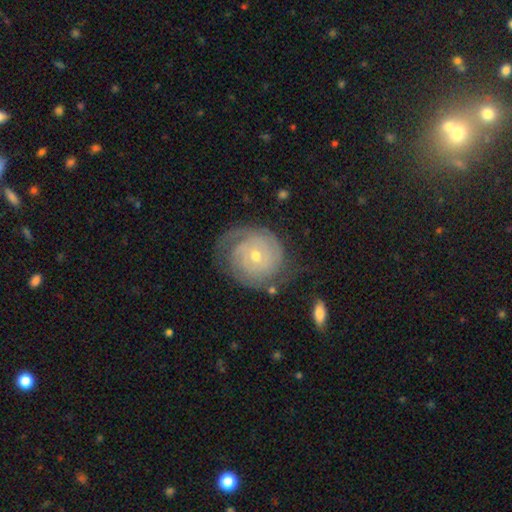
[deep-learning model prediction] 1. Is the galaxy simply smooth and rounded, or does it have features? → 84% featured or disk, 10% smooth, 6% star or artifact.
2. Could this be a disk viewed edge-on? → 98% no, 2% yes.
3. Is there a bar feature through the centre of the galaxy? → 76% no, 20% weak, 4% strong.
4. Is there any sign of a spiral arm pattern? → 95% yes, 5% no.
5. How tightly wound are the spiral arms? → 81% tight, 14% medium, 4% loose.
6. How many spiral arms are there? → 39% 2, 27% can't tell, 16% 3, 7% 1, 6% 4, 4% more than 4.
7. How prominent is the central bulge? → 55% small, 42% moderate, 1% large, 1% none, 1% dominant.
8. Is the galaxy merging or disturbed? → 70% none, 18% minor disturbance, 10% major disturbance, 2% merger.